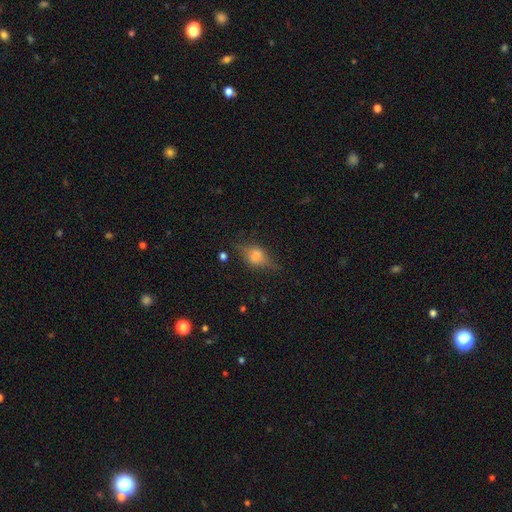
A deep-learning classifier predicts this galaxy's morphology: smooth_or_featured: featured or disk (p=0.51) [alt: smooth p=0.37]
disk_edge_on: yes (p=0.89) [alt: no p=0.11]
merging: none (p=0.72) [alt: minor disturbance p=0.19]